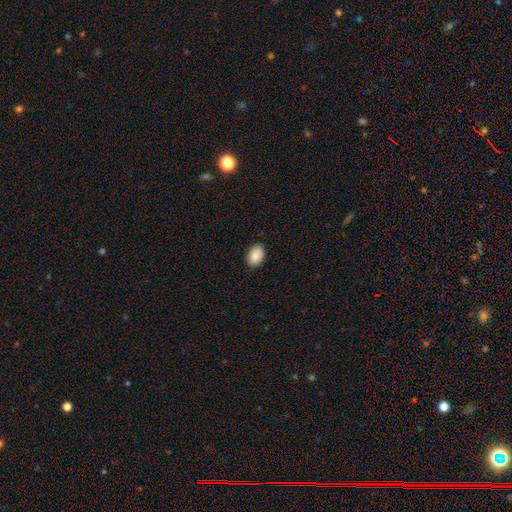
This is clearly a smooth galaxy (89%). How rounded: clearly in between (91%). Merging: clearly none (81%).